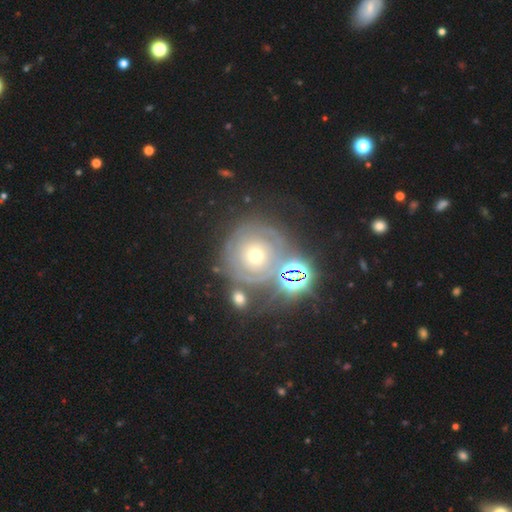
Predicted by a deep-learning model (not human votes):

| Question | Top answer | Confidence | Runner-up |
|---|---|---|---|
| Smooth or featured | featured or disk | 69% | smooth (17%) |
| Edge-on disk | no | 97% | yes (3%) |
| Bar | no | 85% | weak (10%) |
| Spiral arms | yes | 79% | no (21%) |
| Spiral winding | tight | 80% | medium (15%) |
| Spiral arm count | can't tell | 42% | 2 (25%) |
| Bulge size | moderate | 54% | small (38%) |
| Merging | none | 63% | minor disturbance (16%) |